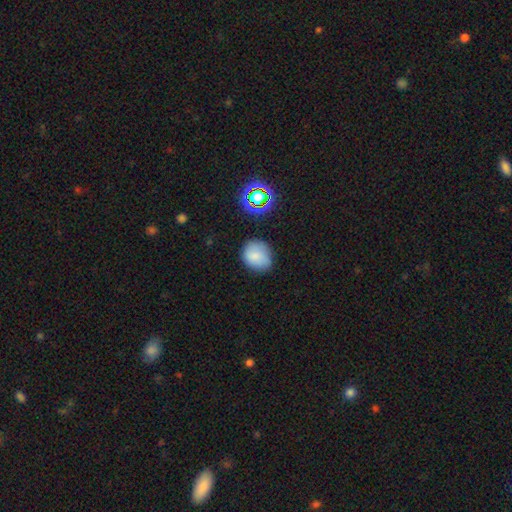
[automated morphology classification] The model was most divided on "how rounded": round: 71%, in between: 28%, cigar-shaped: 1%. More confident: smooth or featured — smooth (78%); merging — none (70%).